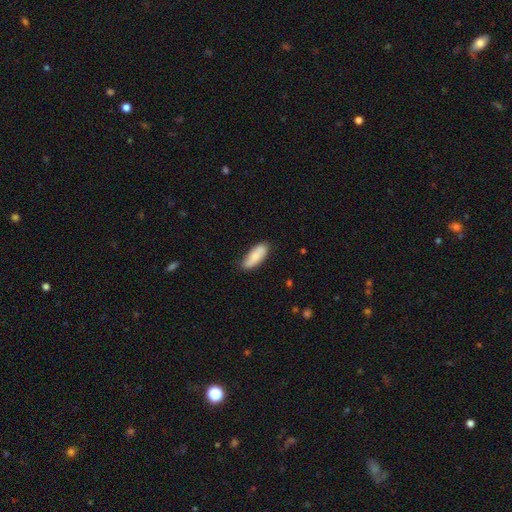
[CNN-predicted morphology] The model was most divided on "how rounded": in between: 74%, cigar-shaped: 23%, round: 2%. More confident: merging — none (80%); smooth or featured — smooth (74%).